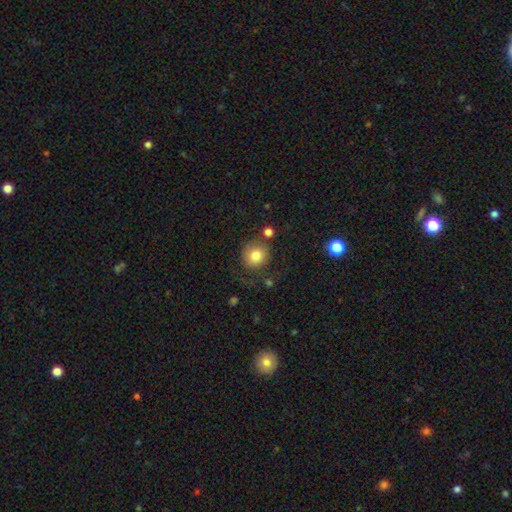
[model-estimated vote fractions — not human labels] Smooth or featured? Predicted: smooth (p=0.80). How rounded? Predicted: round (p=0.86). Merging? Predicted: none (p=0.69).